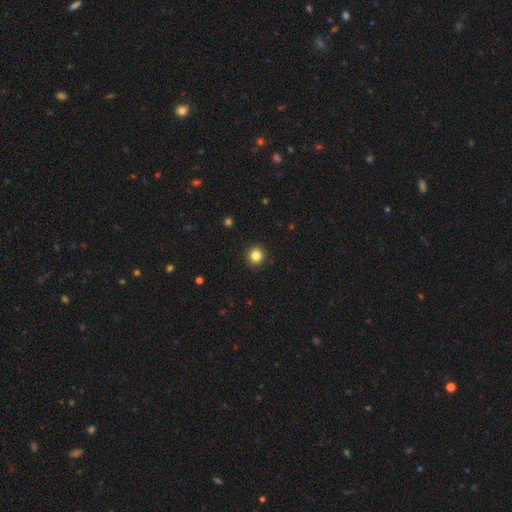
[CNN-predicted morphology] type=smooth (84%); roundness=round (92%); merging=none (93%).